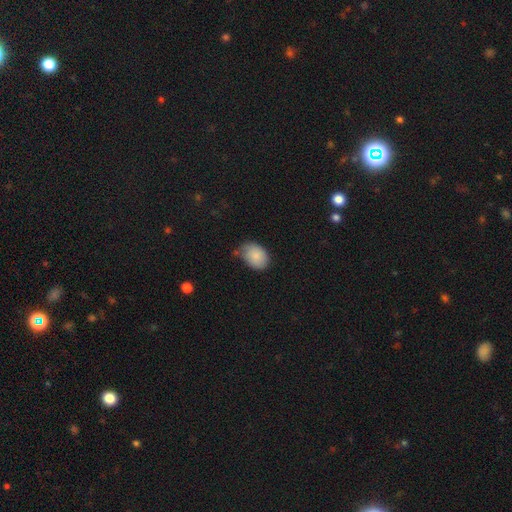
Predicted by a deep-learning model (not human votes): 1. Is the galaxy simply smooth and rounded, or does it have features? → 85% smooth, 8% featured or disk, 7% star or artifact.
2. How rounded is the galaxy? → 73% in between, 26% round, 1% cigar-shaped.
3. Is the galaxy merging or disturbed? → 54% none, 35% minor disturbance, 7% major disturbance, 4% merger.